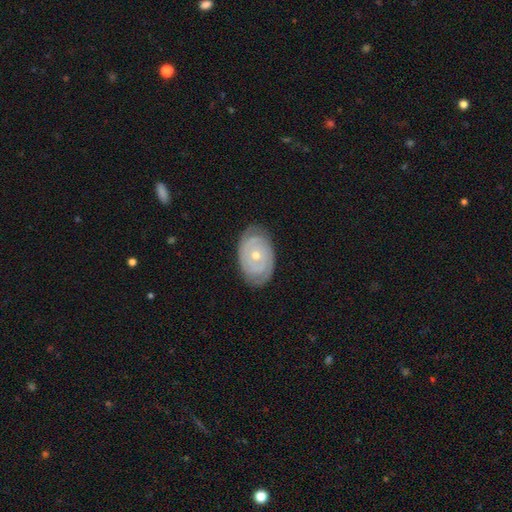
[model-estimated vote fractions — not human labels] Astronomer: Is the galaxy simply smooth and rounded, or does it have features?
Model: featured or disk — 81%.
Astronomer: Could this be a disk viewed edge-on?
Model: no — 96%.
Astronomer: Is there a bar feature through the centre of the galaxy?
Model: no — 79%.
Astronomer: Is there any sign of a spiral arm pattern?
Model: yes — 88%.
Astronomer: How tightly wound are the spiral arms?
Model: tight — 80%.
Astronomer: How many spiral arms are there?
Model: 2 — 56%.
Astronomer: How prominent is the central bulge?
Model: small — 49% (runner-up: moderate, 48%).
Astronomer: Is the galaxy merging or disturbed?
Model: none — 82%.